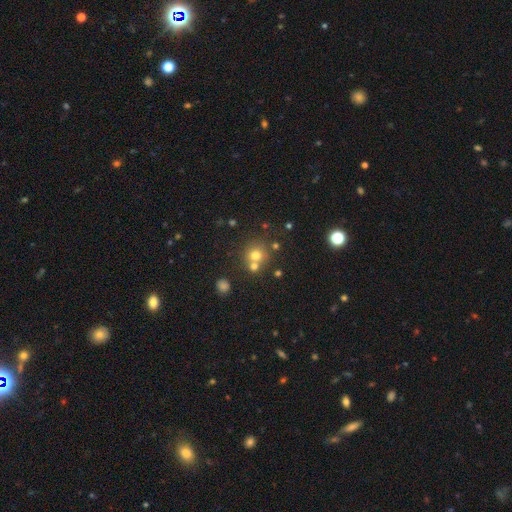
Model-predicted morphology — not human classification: Smooth or featured? Predicted: smooth (p=0.71). How rounded? Predicted: round (p=0.87). Merging? Predicted: none (p=0.55).